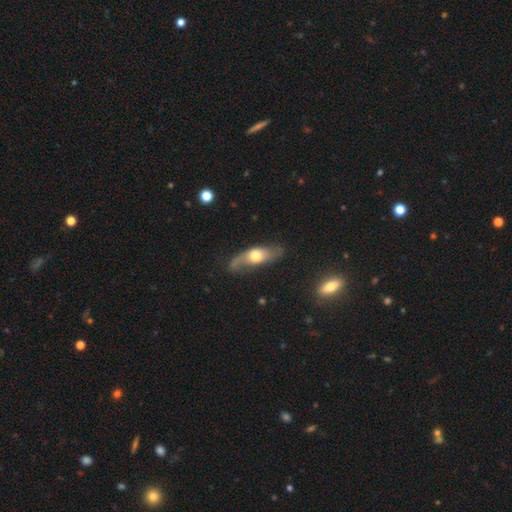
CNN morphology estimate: Smooth or featured?
  - featured or disk: 56% *
  - smooth: 38%
  - star or artifact: 6%
Edge-on disk?
  - no: 67% *
  - yes: 33%
Merging?
  - none: 57% *
  - minor disturbance: 25%
  - major disturbance: 15%
  - merger: 3%